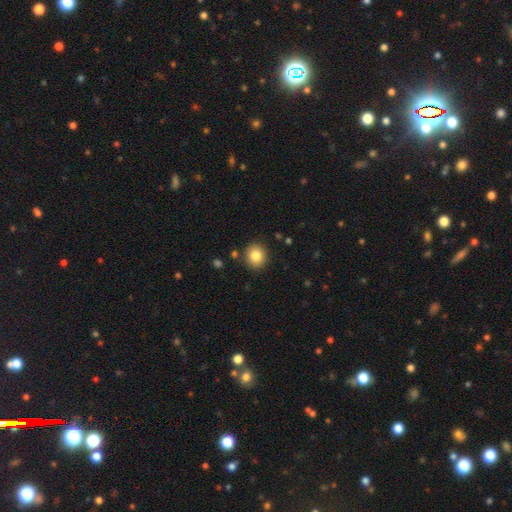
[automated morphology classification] Smooth or featured: smooth — 84% (star or artifact — 9%)
How rounded: round — 85% (in between — 14%)
Merging: none — 88% (minor disturbance — 8%)